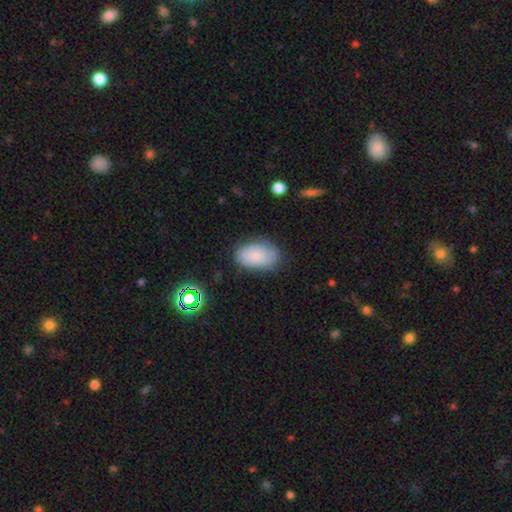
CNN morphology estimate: The model was most divided on "merging": none: 73%, minor disturbance: 20%, major disturbance: 5%, merger: 2%. More confident: how rounded — in between (88%); smooth or featured — smooth (74%).